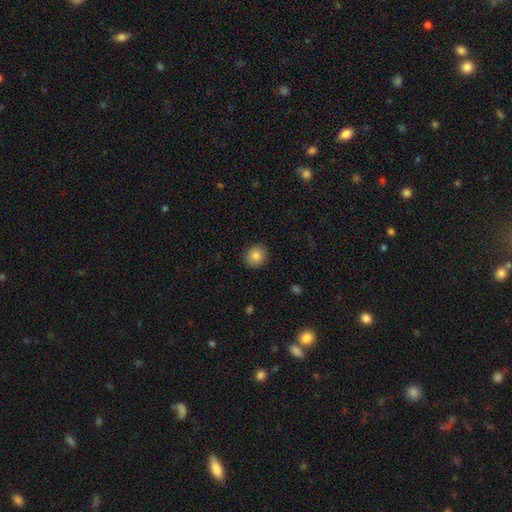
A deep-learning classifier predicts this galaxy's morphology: smooth 85%, star or artifact 9%, featured or disk 6%. Down the decision tree: how rounded — round (86%); merging — none (89%).